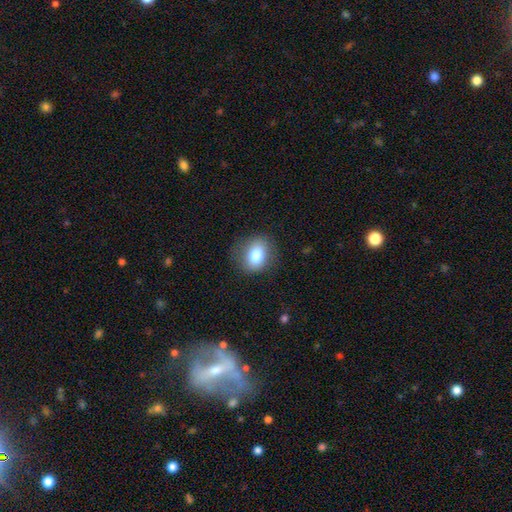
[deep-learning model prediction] The model was most divided on "how rounded": round: 56%, in between: 43%, cigar-shaped: 1%. More confident: merging — none (83%); smooth or featured — smooth (79%).